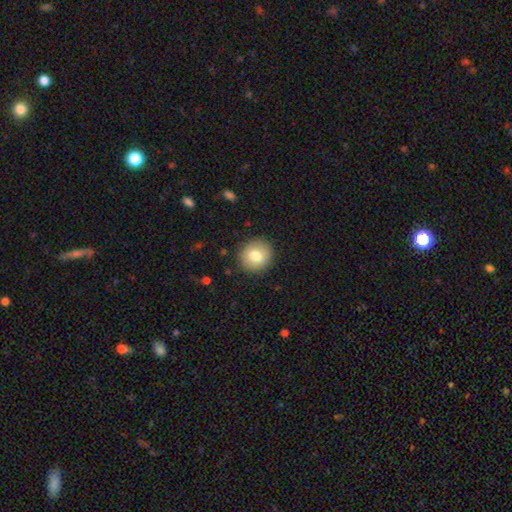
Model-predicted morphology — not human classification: This appears to be a smooth galaxy with no disk features (79%) that is round (89%). Merging: none (90%).